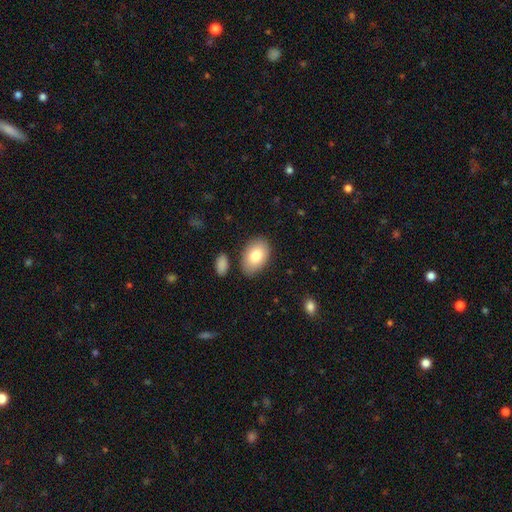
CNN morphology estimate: Smooth or featured? Predicted: smooth (p=0.81). How rounded? Predicted: in between (p=0.89). Merging? Predicted: none (p=0.80).